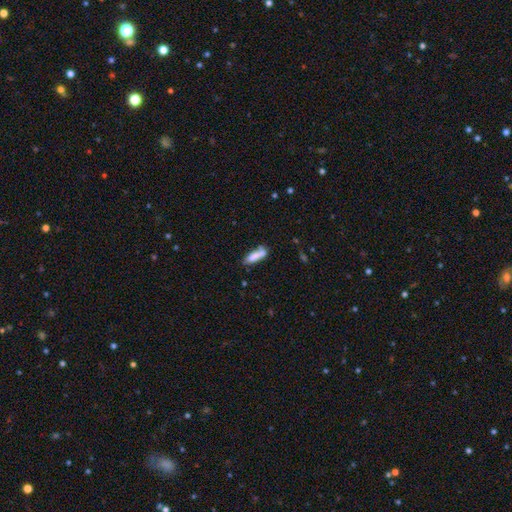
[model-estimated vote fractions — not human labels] smooth_or_featured: smooth (p=0.78) [alt: featured or disk p=0.15]
how_rounded: cigar-shaped (p=0.61) [alt: in between p=0.37]
merging: none (p=0.54) [alt: merger p=0.22]